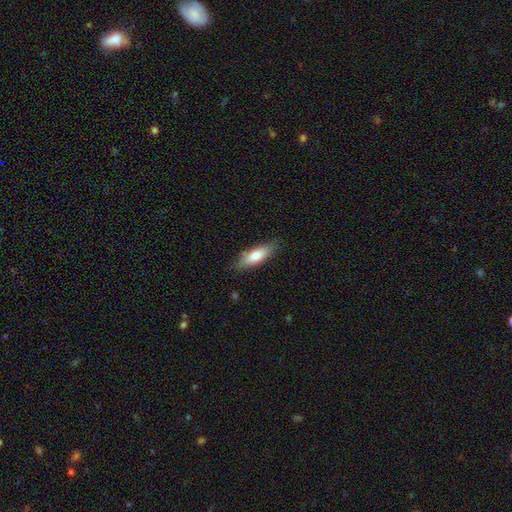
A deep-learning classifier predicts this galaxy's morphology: Q: Smooth or featured?
A: smooth (75%); runner-up: featured or disk (19%)
Q: How rounded?
A: in between (55%); runner-up: cigar-shaped (43%)
Q: Merging?
A: none (82%); runner-up: minor disturbance (14%)